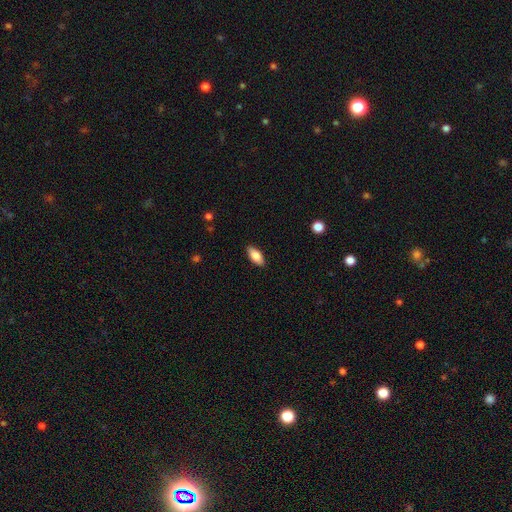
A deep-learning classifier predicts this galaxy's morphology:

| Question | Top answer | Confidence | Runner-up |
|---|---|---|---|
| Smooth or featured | smooth | 81% | featured or disk (13%) |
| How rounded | in between | 87% | cigar-shaped (11%) |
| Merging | none | 89% | minor disturbance (8%) |